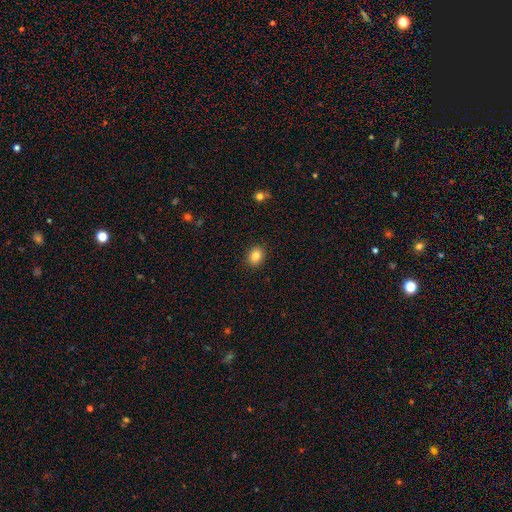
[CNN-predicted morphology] type=smooth (85%); roundness=round (52%); merging=none (90%).